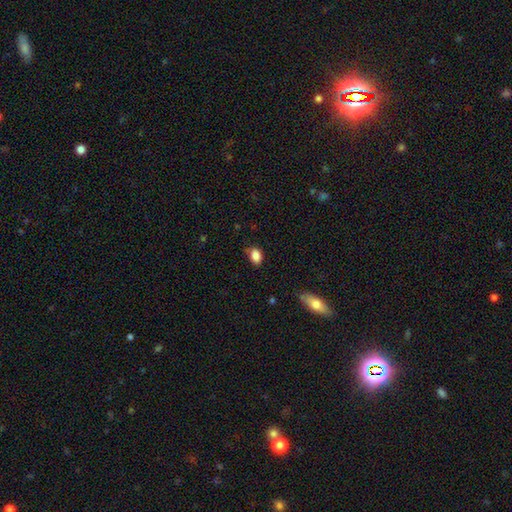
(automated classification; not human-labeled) smooth-or-featured: smooth: 86% | star or artifact: 9% | featured or disk: 5%
  how-rounded: in between: 79% | round: 20% | cigar-shaped: 1%
  merging: none: 75% | minor disturbance: 19% | major disturbance: 4% | merger: 3%